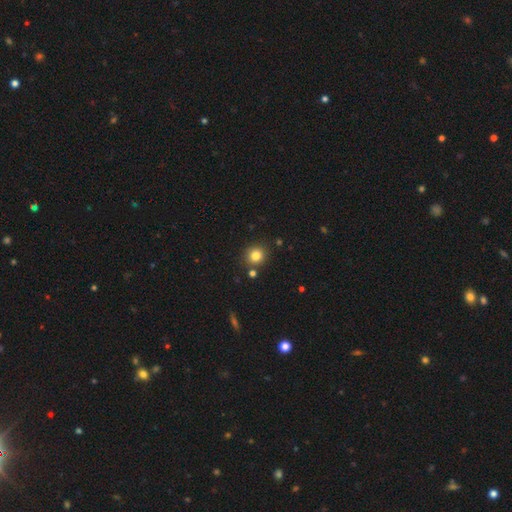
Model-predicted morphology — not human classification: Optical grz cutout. It shows a smooth galaxy with no disk features (81%) that is round (88%). Merging: none (84%).